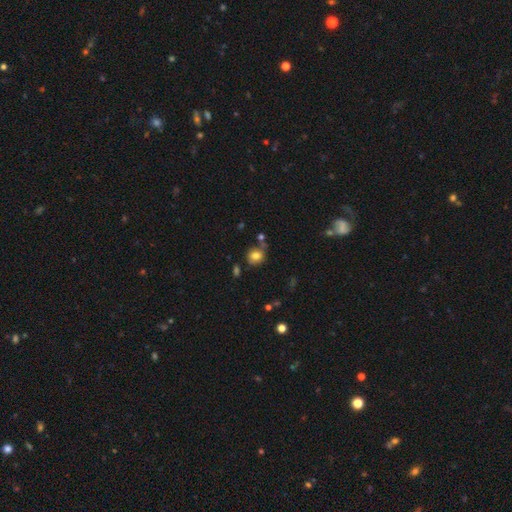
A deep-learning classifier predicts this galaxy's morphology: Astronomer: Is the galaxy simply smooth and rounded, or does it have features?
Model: smooth — 78%.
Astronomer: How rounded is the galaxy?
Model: round — 74%.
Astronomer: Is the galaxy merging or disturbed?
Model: none — 69%.